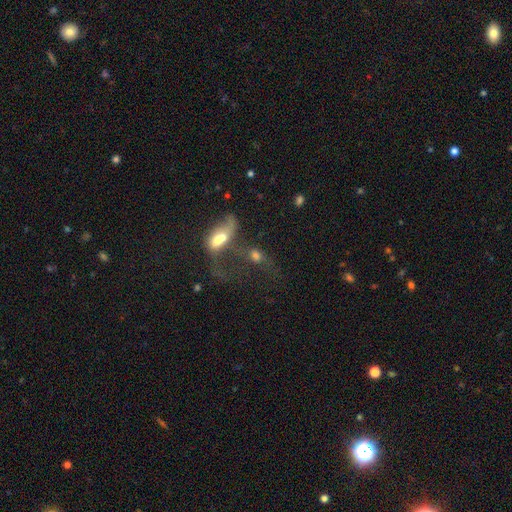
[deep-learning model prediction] Q: Smooth or featured?
A: smooth (45%); runner-up: featured or disk (41%)
Q: Merging?
A: merger (63%); runner-up: major disturbance (17%)